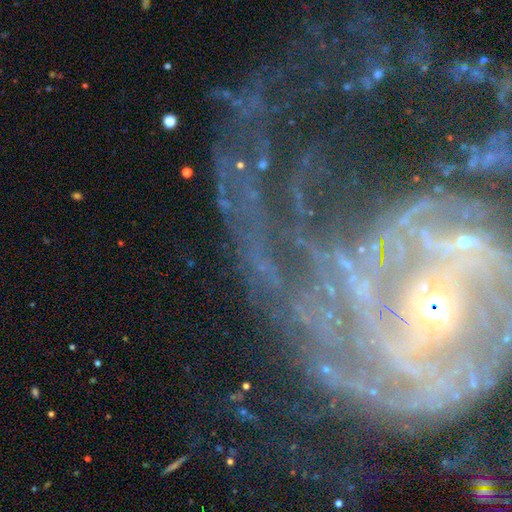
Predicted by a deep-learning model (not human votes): Smooth or featured?
  - featured or disk: 72% *
  - star or artifact: 19%
  - smooth: 9%
Edge-on disk?
  - no: 94% *
  - yes: 6%
Bar?
  - no: 49% *
  - weak: 27%
  - strong: 24%
Spiral arms?
  - yes: 91% *
  - no: 9%
Spiral winding?
  - tight: 61% *
  - medium: 27%
  - loose: 12%
Spiral arm count?
  - can't tell: 26% *
  - 2: 20%
  - 3: 16%
  - 4: 13%
  - more than 4: 13%
  - 1: 12%
Bulge size?
  - small: 65% *
  - moderate: 24%
  - large: 5%
  - none: 4%
  - dominant: 2%
Merging?
  - none: 62% *
  - major disturbance: 18%
  - minor disturbance: 16%
  - merger: 5%